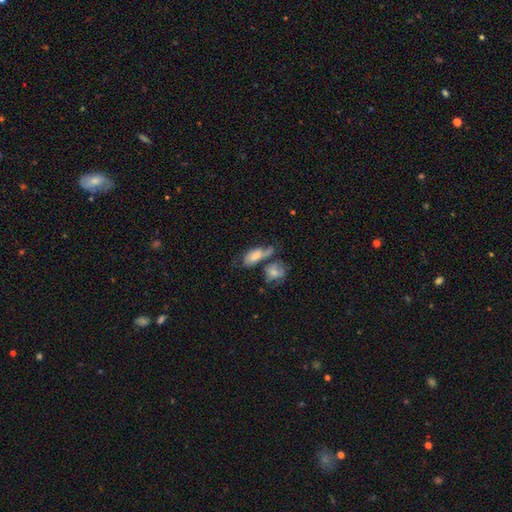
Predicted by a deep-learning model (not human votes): This is likely a smooth galaxy (61%). How rounded: clearly in between (85%). Merging: marginally merger (44%).